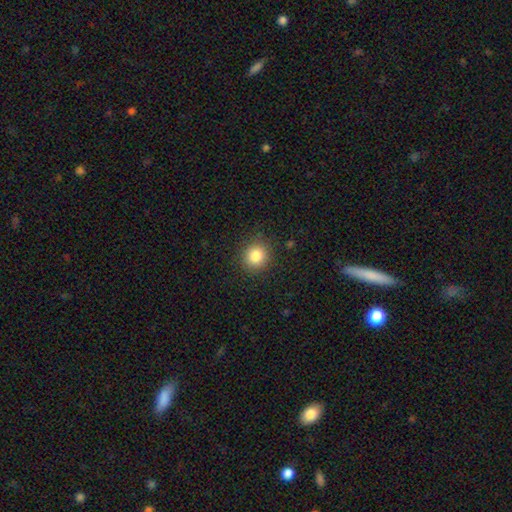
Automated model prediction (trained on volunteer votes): A smooth galaxy with no disk features (83%) that is round (87%).

Vote fractions:
- Smooth or featured? smooth: 83% / star or artifact: 11% / featured or disk: 6%
- How rounded? round: 87% / in between: 12% / cigar-shaped: 1%
- Merging? none: 89% / minor disturbance: 8% / major disturbance: 3% / merger: 1%